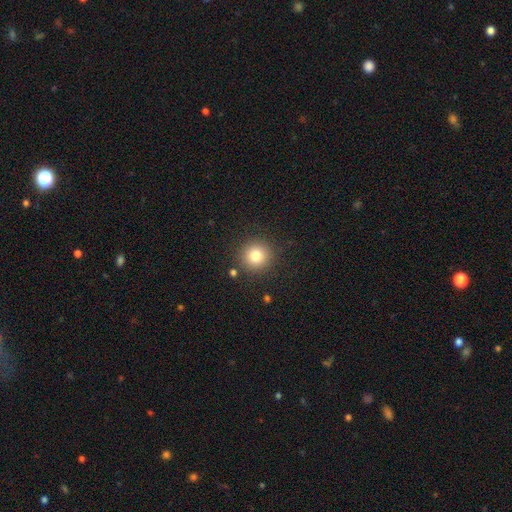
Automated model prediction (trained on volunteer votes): Morphology: type=smooth (80%); roundness=round (94%); merging=none (89%).